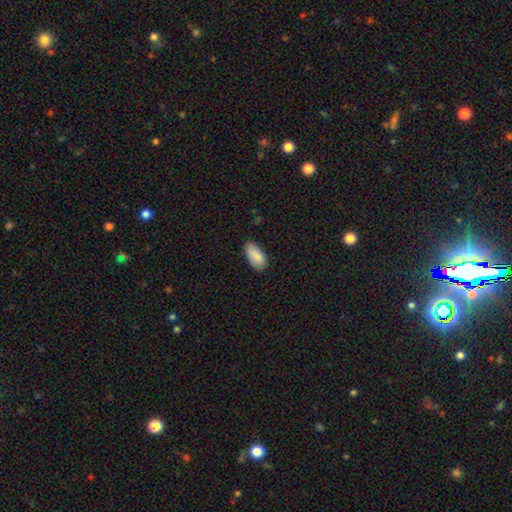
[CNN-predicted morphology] type=smooth (87%); roundness=in between (92%); merging=none (72%).